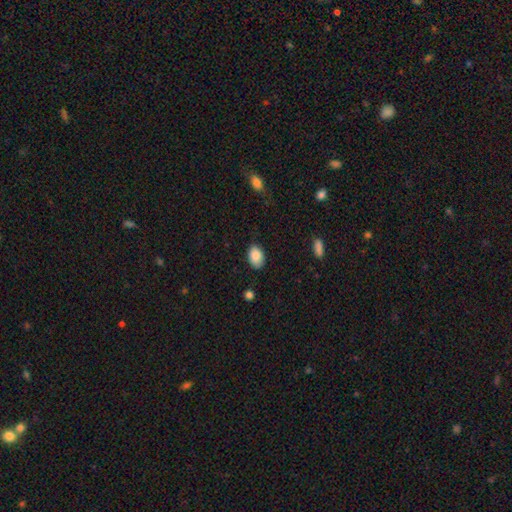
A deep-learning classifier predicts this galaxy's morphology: A smooth galaxy with no disk features (87%) that is in between round and cigar-shaped (86%).

Vote fractions:
- Smooth or featured? smooth: 87% / star or artifact: 7% / featured or disk: 6%
- How rounded? in between: 86% / round: 13% / cigar-shaped: 1%
- Merging? none: 81% / minor disturbance: 15% / major disturbance: 3% / merger: 1%